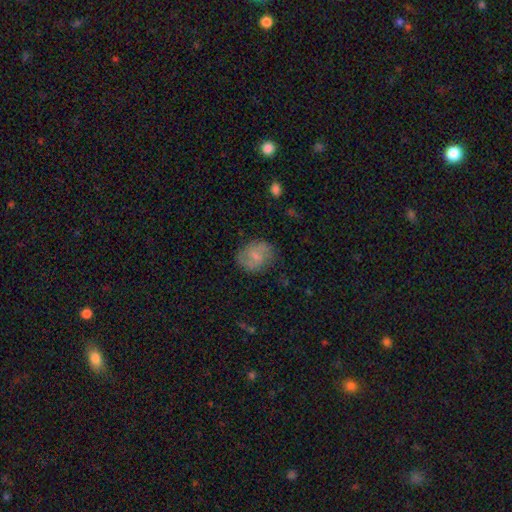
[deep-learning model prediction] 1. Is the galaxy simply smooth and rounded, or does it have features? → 55% smooth, 38% featured or disk, 8% star or artifact.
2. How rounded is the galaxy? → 54% round, 45% in between, 1% cigar-shaped.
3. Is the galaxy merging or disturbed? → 71% none, 20% minor disturbance, 7% major disturbance, 1% merger.